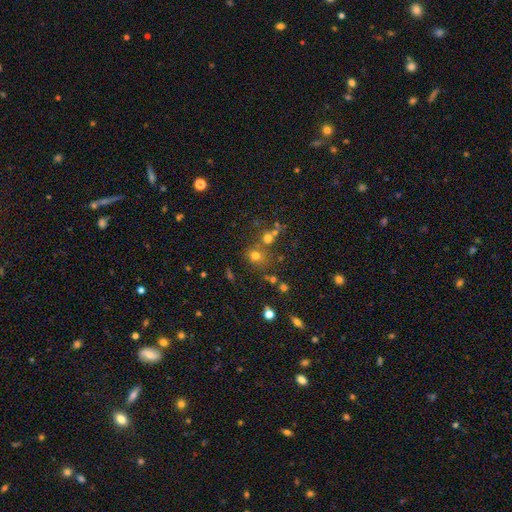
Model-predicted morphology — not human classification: This is likely a smooth galaxy (66%). How rounded: clearly round (81%). Merging: likely none (61%).